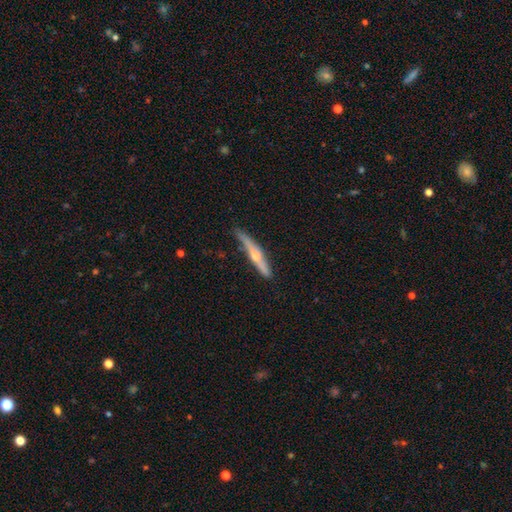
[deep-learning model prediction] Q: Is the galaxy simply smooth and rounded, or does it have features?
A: featured or disk — 59%.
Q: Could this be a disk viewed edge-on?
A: yes — 92%.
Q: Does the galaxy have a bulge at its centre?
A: rounded — 84%.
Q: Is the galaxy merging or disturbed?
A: none — 70%.